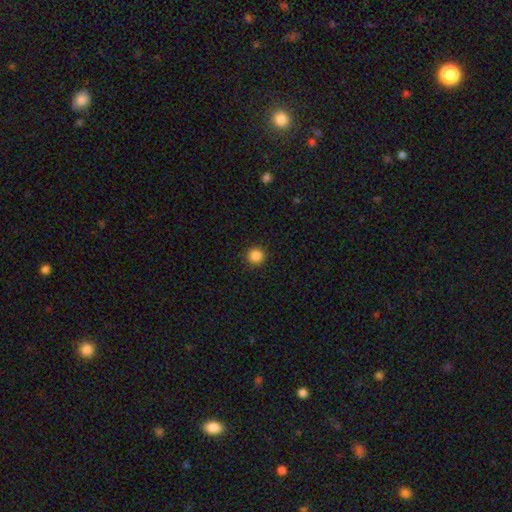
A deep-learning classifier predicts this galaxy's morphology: Q: Smooth or featured?
A: smooth (87%); runner-up: star or artifact (11%)
Q: How rounded?
A: round (96%); runner-up: in between (3%)
Q: Merging?
A: none (92%); runner-up: minor disturbance (5%)